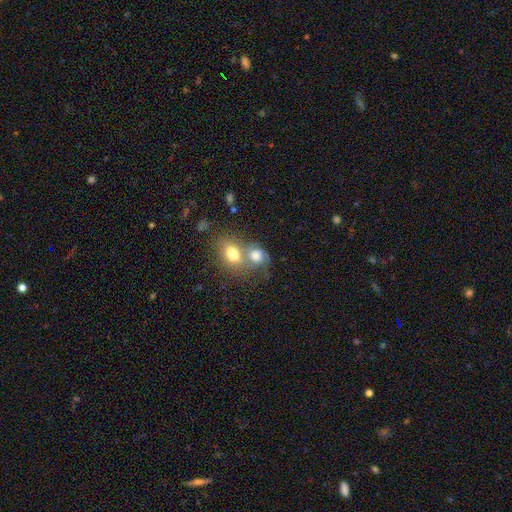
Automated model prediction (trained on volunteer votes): Smooth or featured? smooth (65%)
How rounded? round (50%)
Merging? merger (64%)